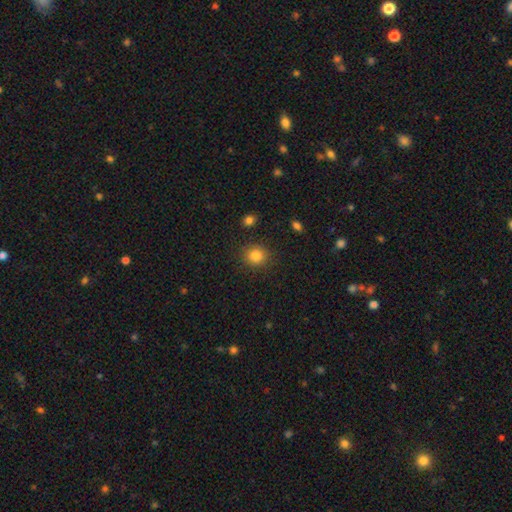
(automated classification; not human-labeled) Smooth or featured: smooth — 83% (star or artifact — 11%)
How rounded: round — 82% (in between — 17%)
Merging: none — 87% (minor disturbance — 8%)